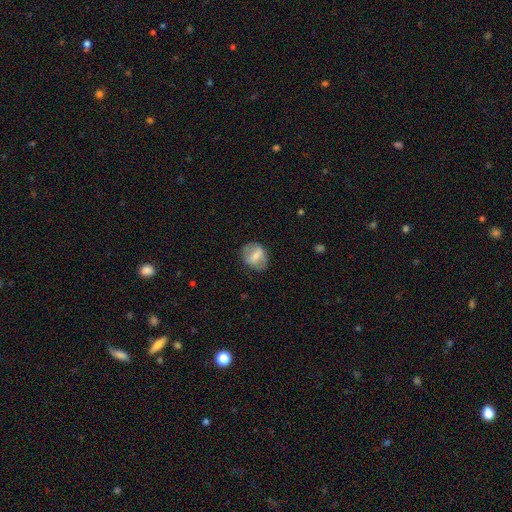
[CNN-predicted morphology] Q: Smooth or featured?
A: smooth (54%); runner-up: featured or disk (39%)
Q: How rounded?
A: round (51%); runner-up: in between (47%)
Q: Merging?
A: none (71%); runner-up: minor disturbance (19%)